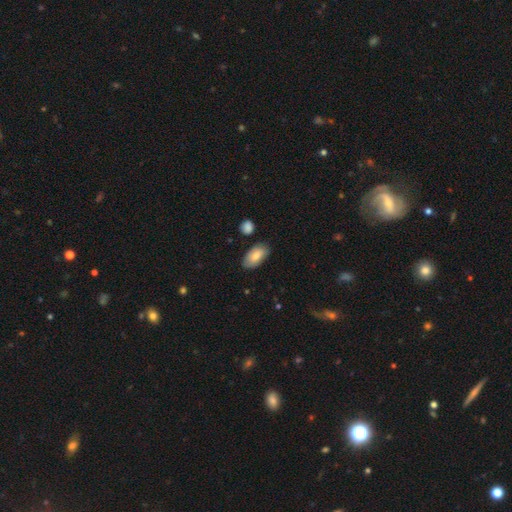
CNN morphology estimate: This appears to be a smooth galaxy with no disk features (78%) that is in between round and cigar-shaped (94%). Merging: none (80%).